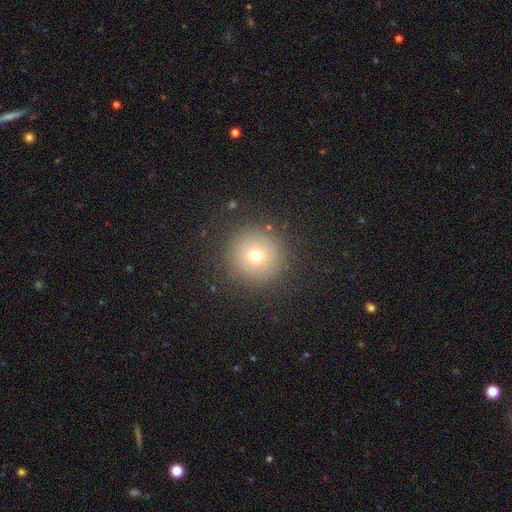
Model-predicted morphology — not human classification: This appears to be a smooth galaxy with no disk features (69%) that is round (96%). Merging: none (89%).